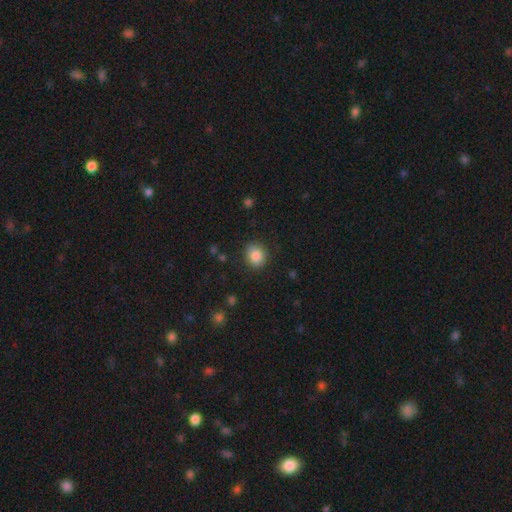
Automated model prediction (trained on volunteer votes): Smooth or featured? smooth (86%)
How rounded? round (73%)
Merging? none (86%)